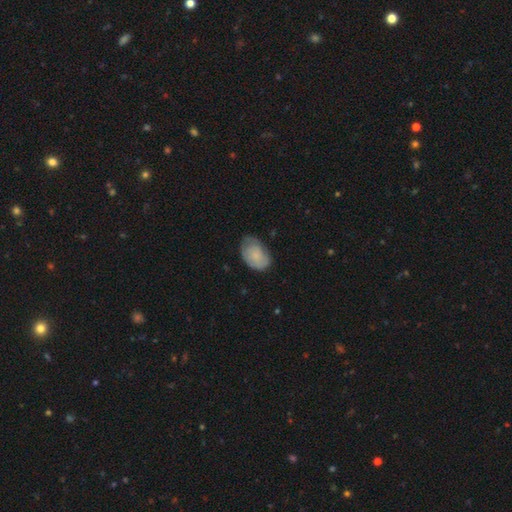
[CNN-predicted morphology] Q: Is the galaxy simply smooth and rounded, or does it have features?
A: smooth — 68%.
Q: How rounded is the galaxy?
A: in between — 87%.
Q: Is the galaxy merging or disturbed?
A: none — 59%.